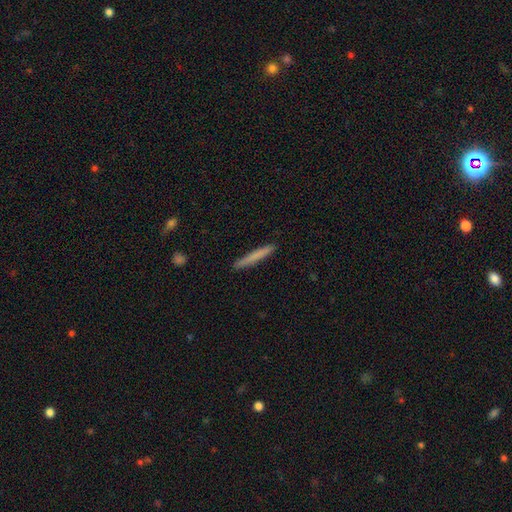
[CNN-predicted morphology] smooth-or-featured: smooth: 72% | featured or disk: 22% | star or artifact: 6%
  how-rounded: cigar-shaped: 97% | in between: 2% | round: 1%
  merging: none: 91% | minor disturbance: 7% | major disturbance: 1% | merger: 1%